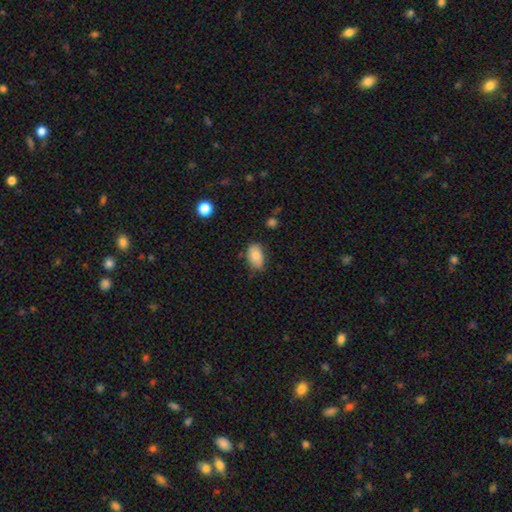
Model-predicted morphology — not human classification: A smooth galaxy with no disk features (82%) that is in between round and cigar-shaped (89%). Merging: none (65%).